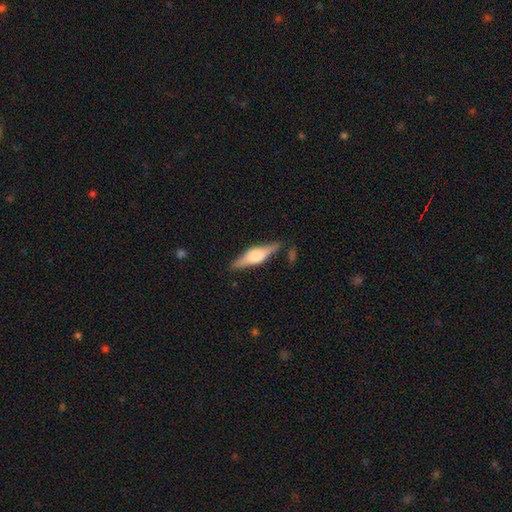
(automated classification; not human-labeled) Morphology: type=featured or disk (63%); edge-on=yes (95%); edge-on bulge=rounded (83%); merging=none (83%).